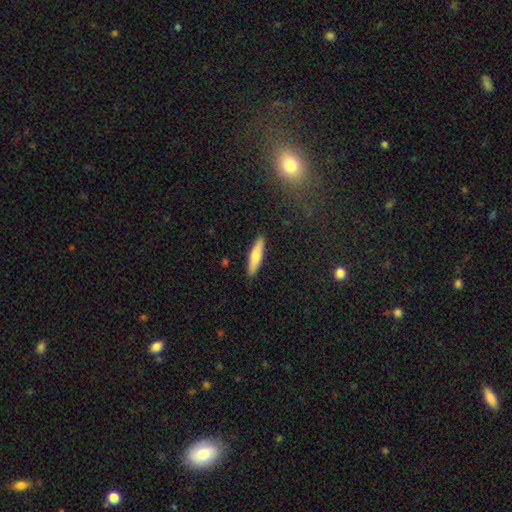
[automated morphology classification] Smooth or featured: smooth — 66% (featured or disk — 28%)
How rounded: cigar-shaped — 80% (in between — 19%)
Merging: none — 90% (minor disturbance — 7%)